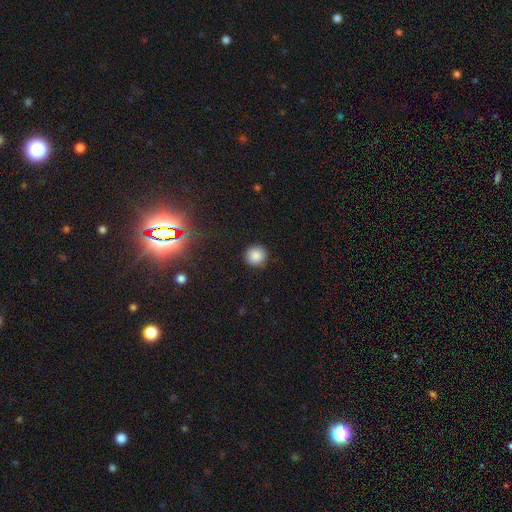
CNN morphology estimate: Overall: smooth (85%). How rounded: round (94%). Merging: none (90%).